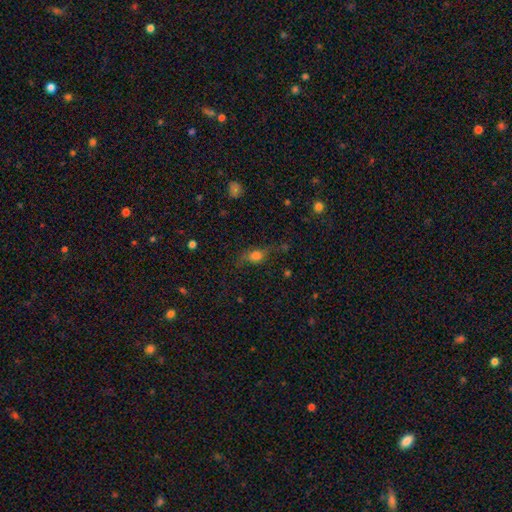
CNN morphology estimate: smooth_or_featured: smooth (p=0.59) [alt: featured or disk p=0.27]
how_rounded: in between (p=0.56) [alt: round p=0.32]
merging: none (p=0.58) [alt: minor disturbance p=0.24]